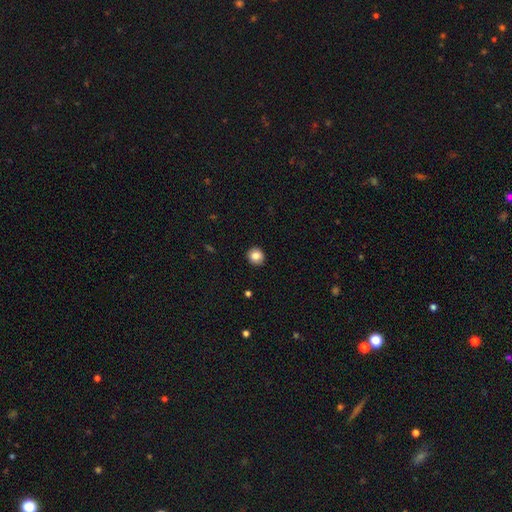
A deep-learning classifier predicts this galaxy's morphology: smooth 83%, star or artifact 9%, featured or disk 8%. Down the decision tree: how rounded — round (87%); merging — none (90%).